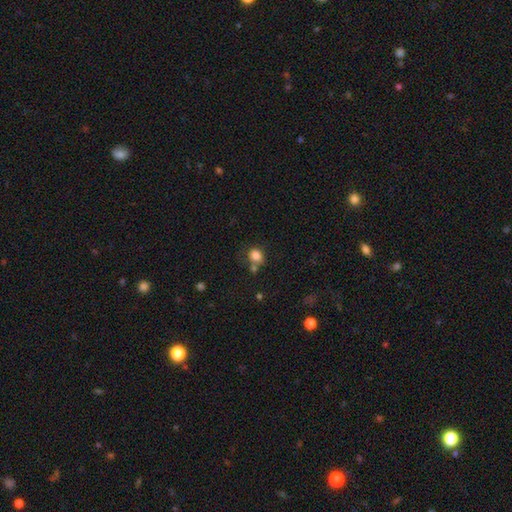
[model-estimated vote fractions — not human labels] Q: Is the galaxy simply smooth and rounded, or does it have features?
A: smooth — 83%.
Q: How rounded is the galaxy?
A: round — 74%.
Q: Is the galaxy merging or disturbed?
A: none — 59%.